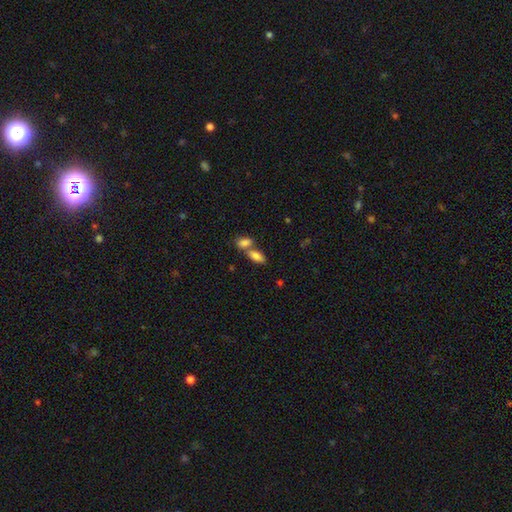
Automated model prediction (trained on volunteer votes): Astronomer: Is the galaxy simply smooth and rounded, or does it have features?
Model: smooth — 83%.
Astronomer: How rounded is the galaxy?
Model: in between — 88%.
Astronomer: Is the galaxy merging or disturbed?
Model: merger — 51% (runner-up: none, 37%).